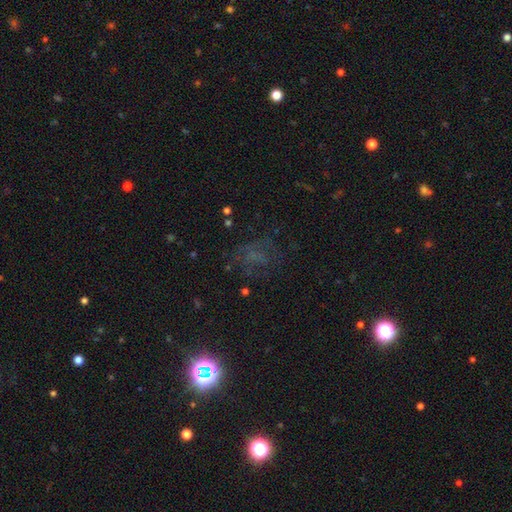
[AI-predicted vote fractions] A star or artifact, not a galaxy (38%).